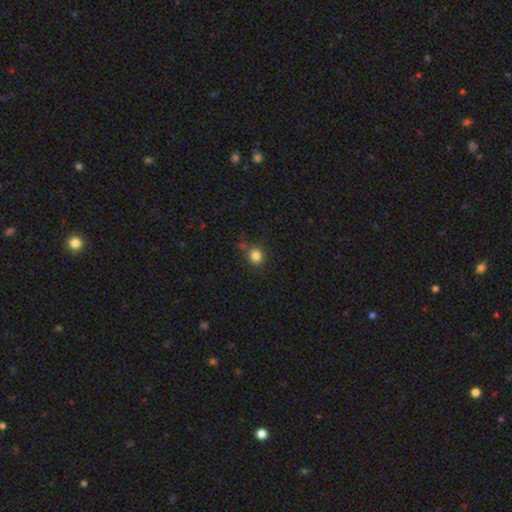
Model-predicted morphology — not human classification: smooth_or_featured: smooth (p=0.83) [alt: star or artifact p=0.12]
how_rounded: round (p=0.83) [alt: in between p=0.16]
merging: none (p=0.73) [alt: minor disturbance p=0.16]